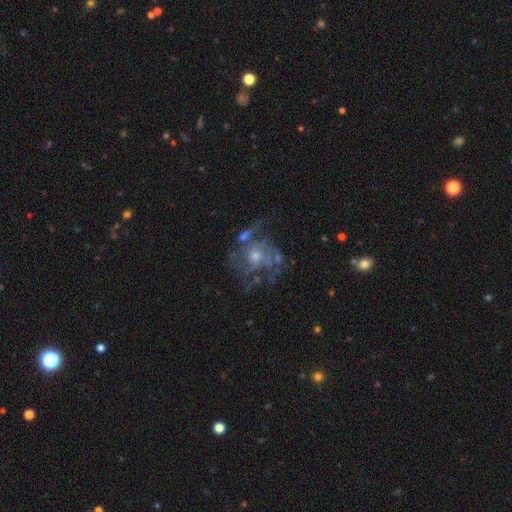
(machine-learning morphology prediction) featured or disk 77%, star or artifact 12%, smooth 11%. Down the decision tree: edge-on disk — no (97%); bar — no (75%); spiral arms — yes (78%); spiral arm count — can't tell (37%); spiral winding — medium (43%); bulge size — moderate (47%); merging — none (52%).